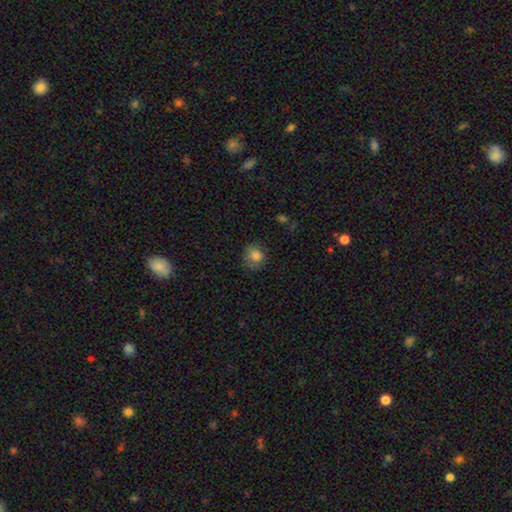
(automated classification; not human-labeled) Smooth or featured? Predicted: smooth (p=0.81). How rounded? Predicted: round (p=0.78). Merging? Predicted: none (p=0.70).